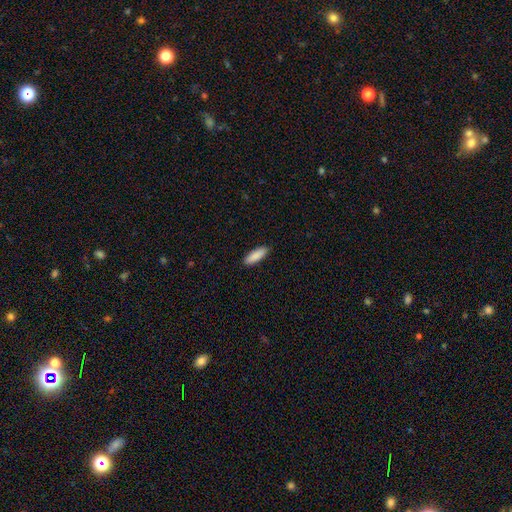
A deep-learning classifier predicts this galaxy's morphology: Smooth or featured? Predicted: smooth (p=0.89). How rounded? Predicted: in between (p=0.50). Merging? Predicted: none (p=0.90).